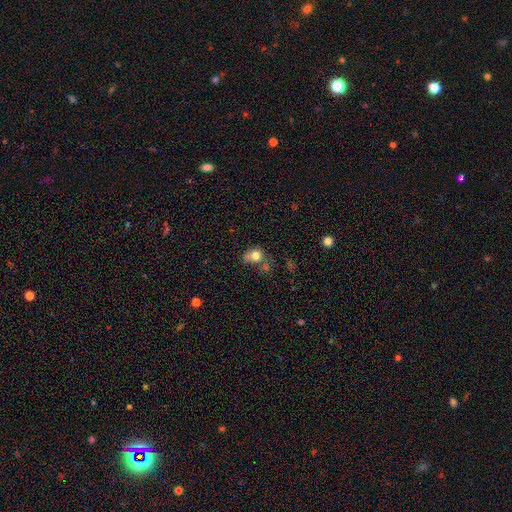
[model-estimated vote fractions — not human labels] A smooth galaxy with no disk features (75%) that is round (62%). Merging: none (30%).